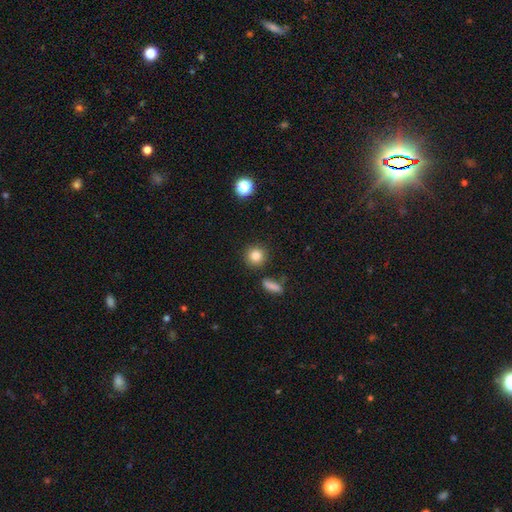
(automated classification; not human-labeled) Overall: smooth (83%). How rounded: round (91%). Merging: none (87%).